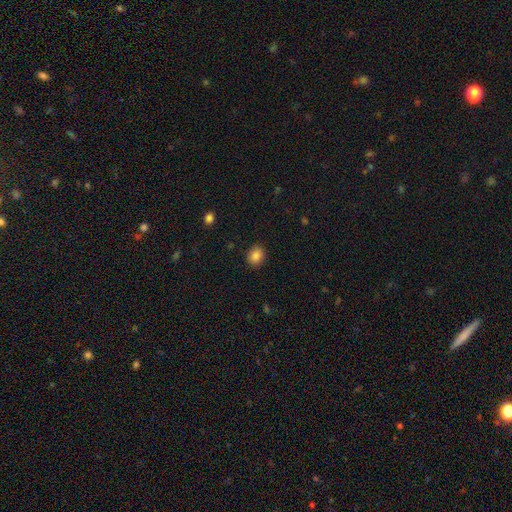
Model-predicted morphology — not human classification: This appears to be a smooth galaxy with no disk features (86%) that is round (60%). Merging: none (89%).